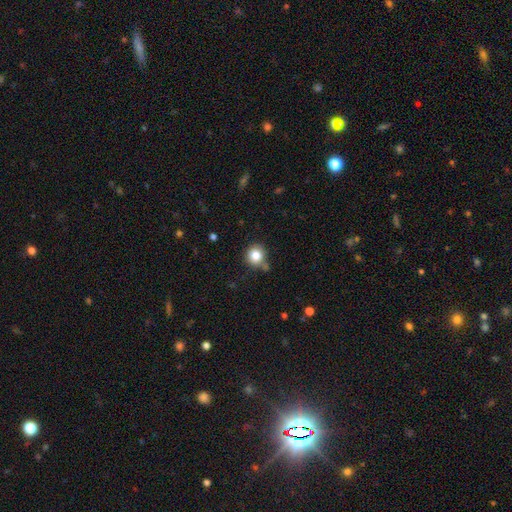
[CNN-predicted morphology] Smooth or featured? smooth (83%)
How rounded? round (89%)
Merging? none (75%)